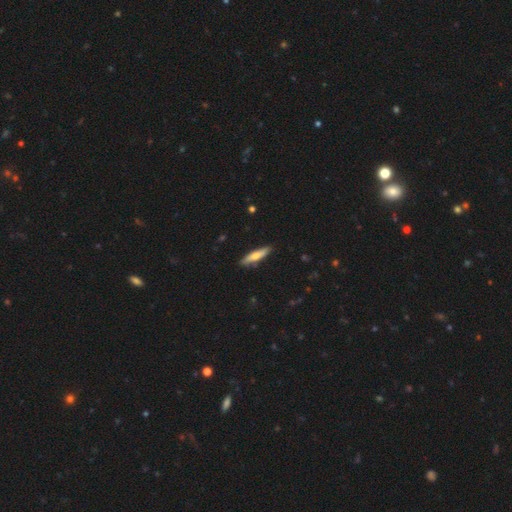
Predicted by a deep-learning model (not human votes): smooth 63%, featured or disk 32%, star or artifact 6%. Down the decision tree: how rounded — cigar-shaped (81%); merging — none (86%).